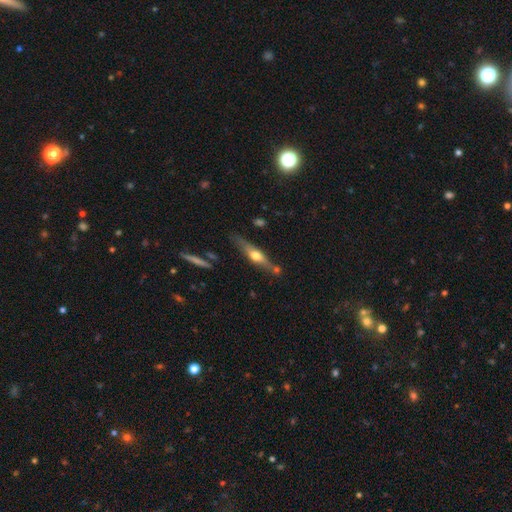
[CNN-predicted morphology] smooth-or-featured: featured or disk: 62% | smooth: 32% | star or artifact: 6%
  disk-edge-on: yes: 92% | no: 8%
    edge-on-bulge: rounded: 92% | boxy: 4% | none: 3%
  merging: none: 74% | minor disturbance: 15% | merger: 7% | major disturbance: 4%